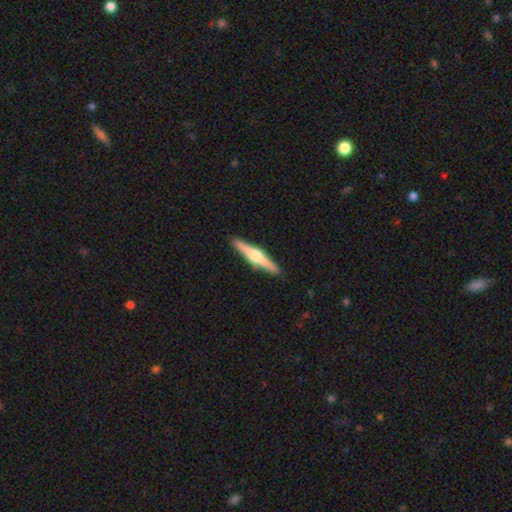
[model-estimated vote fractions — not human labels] featured or disk 65%, smooth 30%, star or artifact 5%. Down the decision tree: edge-on disk — yes (98%); edge-on bulge — rounded (91%); merging — none (91%).